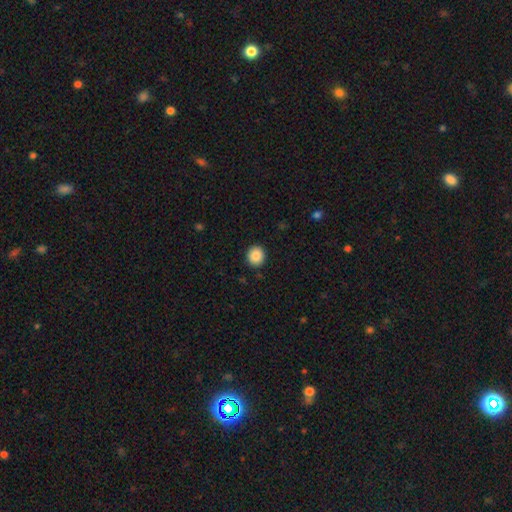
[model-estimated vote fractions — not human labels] Smooth or featured? Predicted: smooth (p=0.87). How rounded? Predicted: round (p=0.88). Merging? Predicted: none (p=0.92).